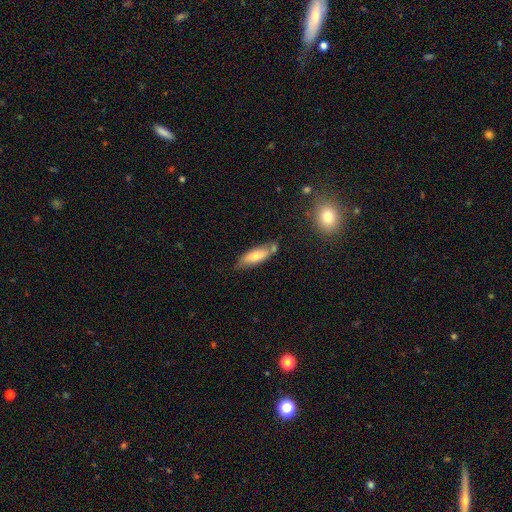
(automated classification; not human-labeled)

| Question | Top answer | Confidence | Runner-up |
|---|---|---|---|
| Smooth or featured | smooth | 67% | featured or disk (26%) |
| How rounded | in between | 56% | cigar-shaped (42%) |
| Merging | none | 62% | minor disturbance (22%) |